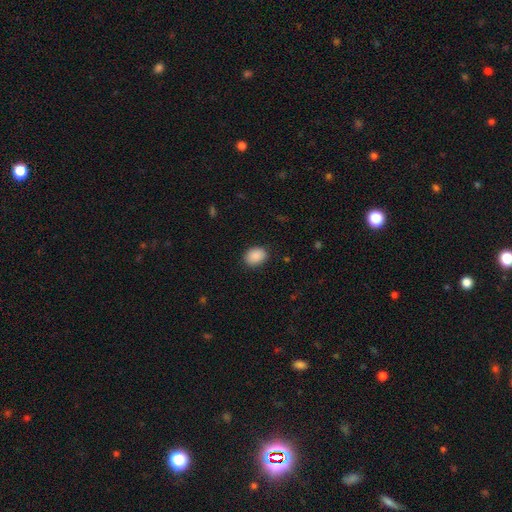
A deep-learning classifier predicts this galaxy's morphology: Smooth or featured? Predicted: smooth (p=0.90). How rounded? Predicted: in between (p=0.69). Merging? Predicted: none (p=0.86).